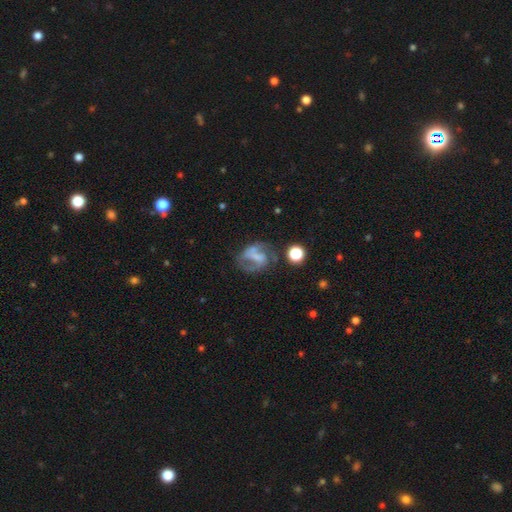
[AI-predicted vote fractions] featured or disk 66%, smooth 23%, star or artifact 11%. Down the decision tree: edge-on disk — no (97%); bar — weak (37%); spiral arms — yes (72%); bulge size — none (49%); merging — none (47%).